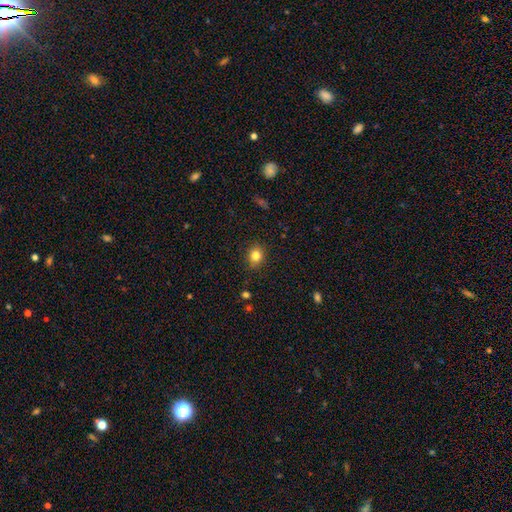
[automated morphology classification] Overall: smooth (82%). How rounded: round (62%; in between 37%). Merging: none (88%).